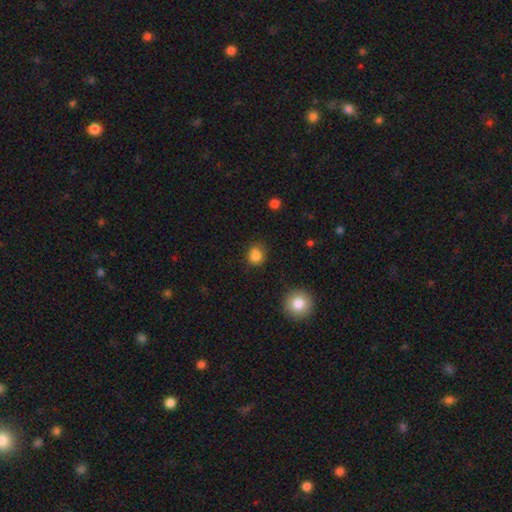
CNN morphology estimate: smooth-or-featured: smooth: 84% | star or artifact: 12% | featured or disk: 5%
  how-rounded: round: 73% | in between: 26% | cigar-shaped: 1%
  merging: none: 79% | minor disturbance: 15% | major disturbance: 4% | merger: 2%